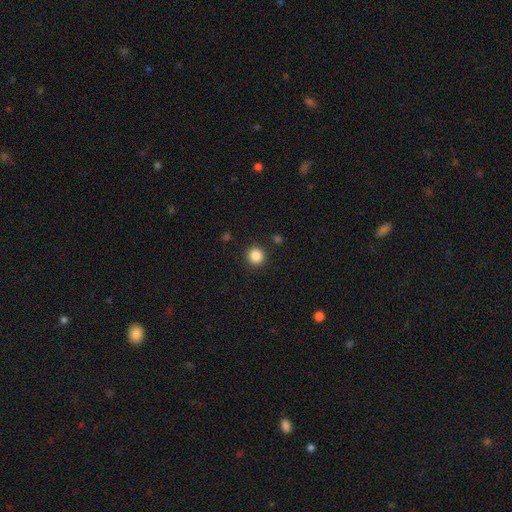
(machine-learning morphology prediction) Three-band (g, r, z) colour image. It shows a smooth galaxy with no disk features (86%) that is round (92%). Merging: none (91%).